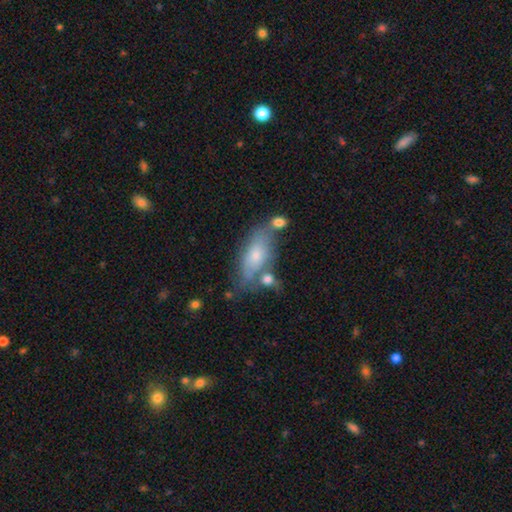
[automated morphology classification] A smooth galaxy with no disk features (64%) that is in between round and cigar-shaped (79%). Merging: none (57%).